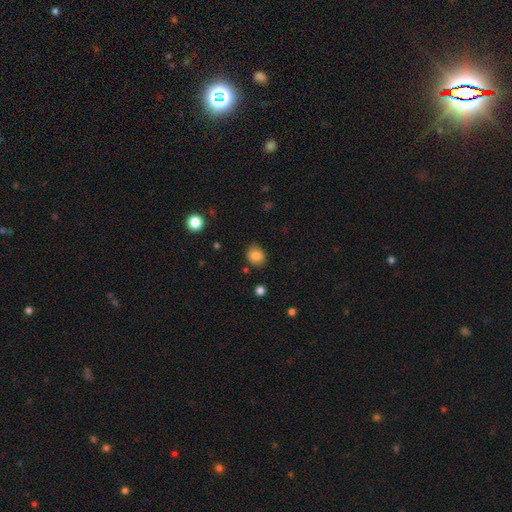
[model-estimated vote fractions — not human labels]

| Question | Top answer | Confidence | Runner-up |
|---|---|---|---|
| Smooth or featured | smooth | 82% | star or artifact (10%) |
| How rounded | round | 58% | in between (41%) |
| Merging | none | 81% | minor disturbance (14%) |